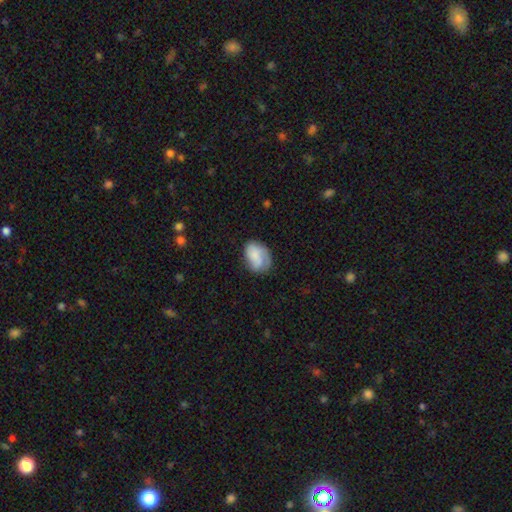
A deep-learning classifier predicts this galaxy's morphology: smooth-or-featured: smooth: 58% | featured or disk: 34% | star or artifact: 8%
  how-rounded: in between: 74% | round: 25% | cigar-shaped: 1%
  merging: none: 54% | minor disturbance: 29% | major disturbance: 15% | merger: 2%